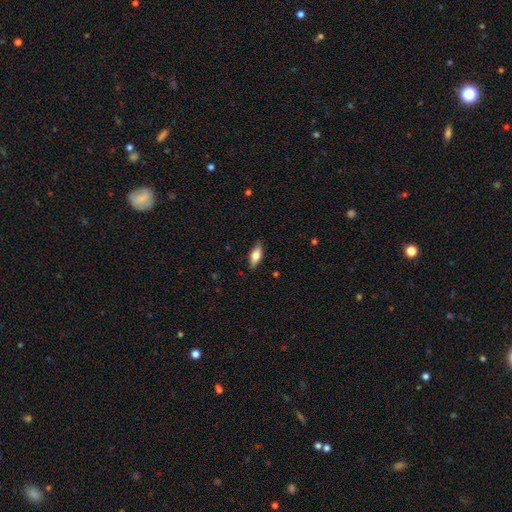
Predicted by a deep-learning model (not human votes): Smooth or featured: smooth — 66% (featured or disk — 28%)
How rounded: in between — 74% (cigar-shaped — 23%)
Merging: none — 84% (minor disturbance — 13%)